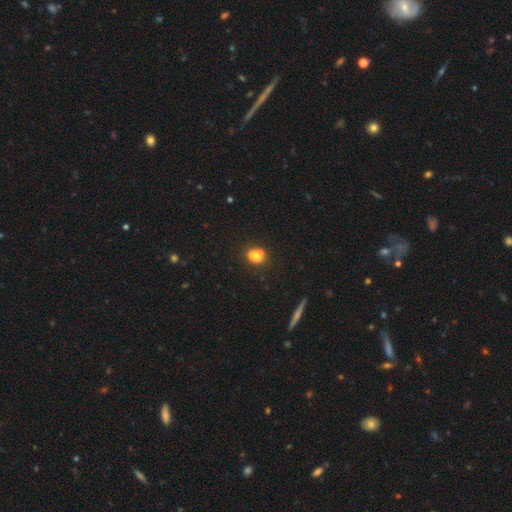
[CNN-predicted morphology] Smooth or featured? Predicted: smooth (p=0.70). How rounded? Predicted: round (p=0.61). Merging? Predicted: none (p=0.64).